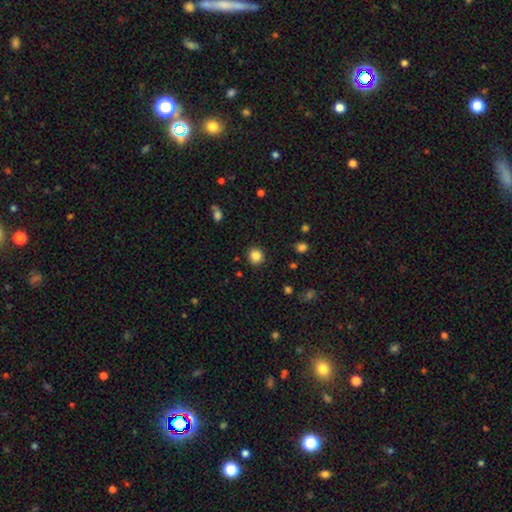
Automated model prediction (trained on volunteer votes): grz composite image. It shows a smooth galaxy with no disk features (85%) that is round (91%). Merging: none (90%).